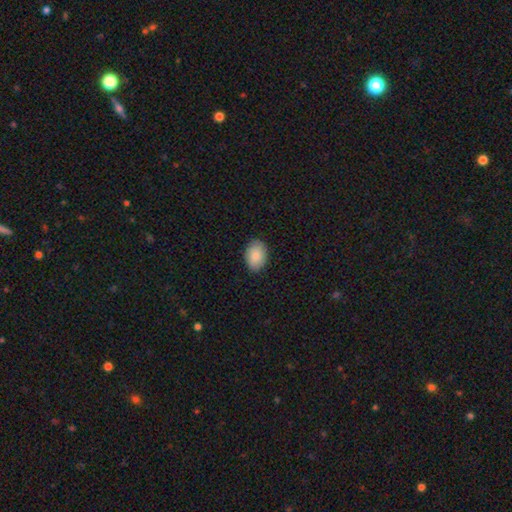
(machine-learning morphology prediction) This appears to be a smooth galaxy with no disk features (86%) that is in between round and cigar-shaped (83%). Merging: none (87%).